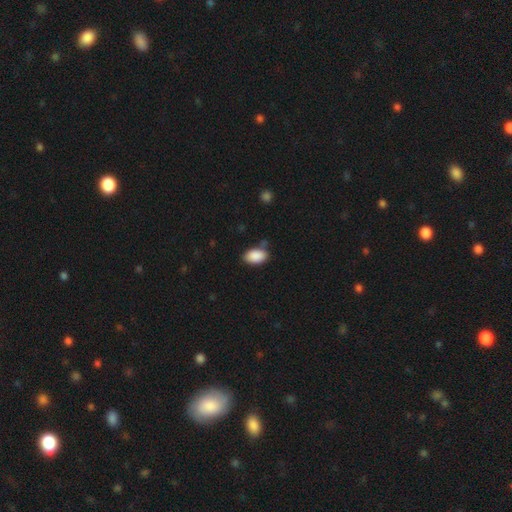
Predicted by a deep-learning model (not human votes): Overall: smooth (89%). How rounded: in between (93%). Merging: none (76%).